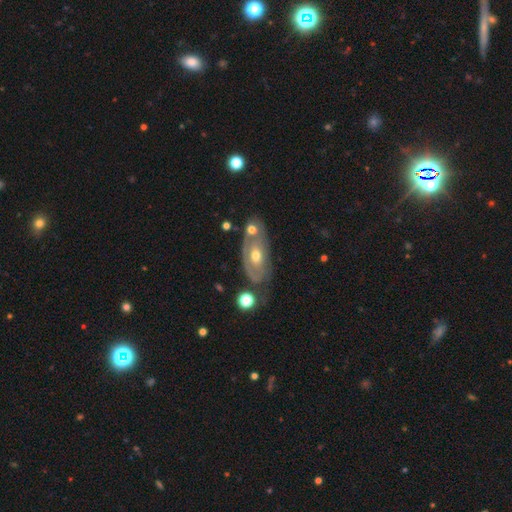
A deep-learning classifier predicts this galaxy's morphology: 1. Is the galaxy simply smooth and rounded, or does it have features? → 68% featured or disk, 25% smooth, 7% star or artifact.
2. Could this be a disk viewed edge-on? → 89% no, 11% yes.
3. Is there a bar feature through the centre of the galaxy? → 80% no, 16% weak, 4% strong.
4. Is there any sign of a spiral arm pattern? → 53% yes, 47% no.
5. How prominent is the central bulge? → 71% moderate, 22% small, 5% large, 1% none, 1% dominant.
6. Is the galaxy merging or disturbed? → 55% none, 23% minor disturbance, 12% merger, 11% major disturbance.